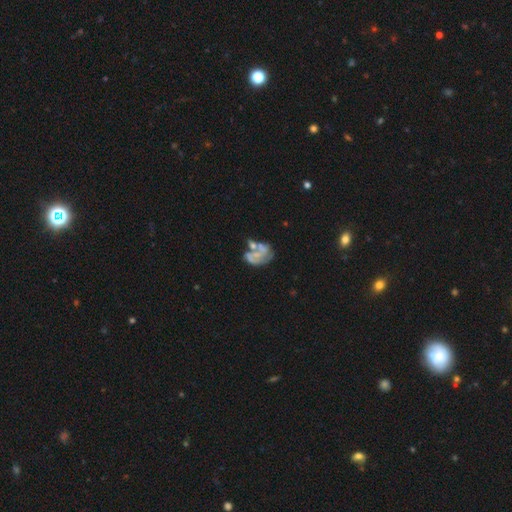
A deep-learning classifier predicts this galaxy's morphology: smooth_or_featured: featured or disk (p=0.61) [alt: smooth p=0.28]
disk_edge_on: no (p=0.98) [alt: yes p=0.02]
bar: no (p=0.77) [alt: weak p=0.17]
has_spiral_arms: no (p=0.58) [alt: yes p=0.42]
bulge_size: none (p=0.54) [alt: small p=0.28]
merging: merger (p=0.34) [alt: major disturbance p=0.27]